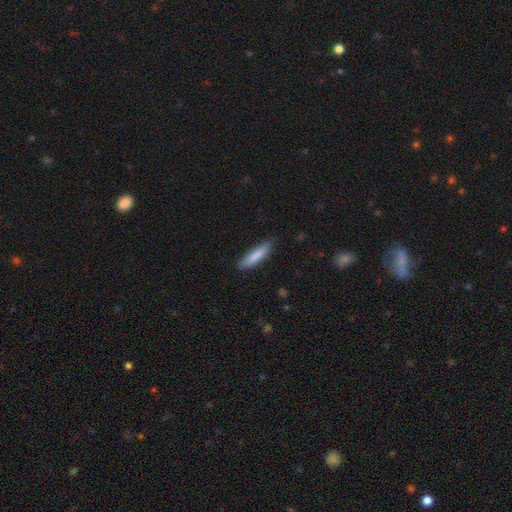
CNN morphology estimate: smooth 83%, featured or disk 11%, star or artifact 6%. Down the decision tree: how rounded — cigar-shaped (76%); merging — none (79%).